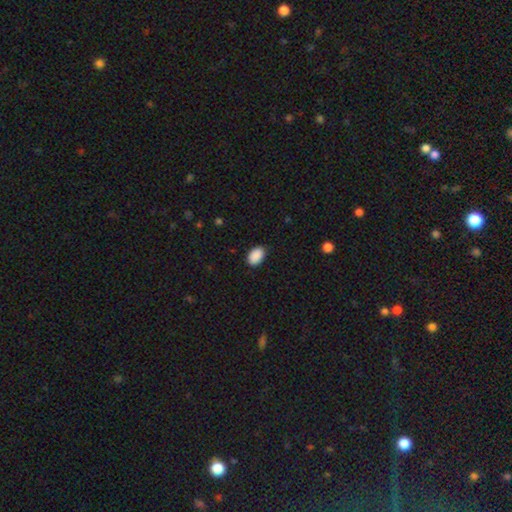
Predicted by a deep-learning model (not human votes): The model was most divided on "merging": none: 87%, minor disturbance: 10%, major disturbance: 2%, merger: 1%. More confident: smooth or featured — smooth (90%); how rounded — in between (90%).